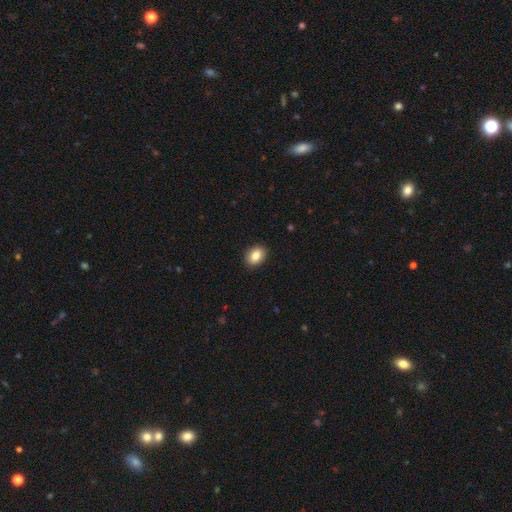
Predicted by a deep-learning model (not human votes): Smooth or featured? smooth (86%)
How rounded? in between (68%)
Merging? none (91%)